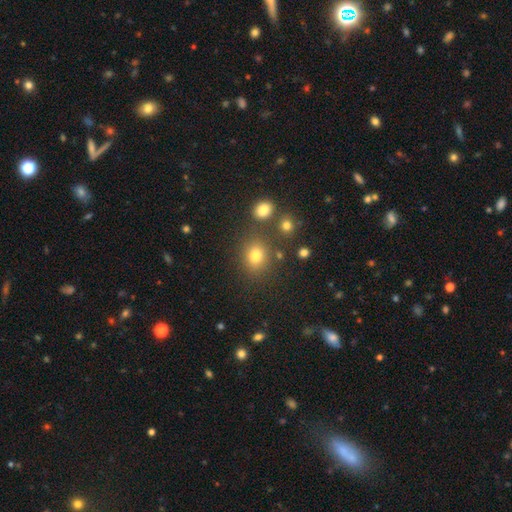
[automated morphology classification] smooth-or-featured: smooth: 76% | star or artifact: 16% | featured or disk: 7%
  how-rounded: round: 68% | in between: 31% | cigar-shaped: 1%
  merging: none: 77% | minor disturbance: 10% | merger: 8% | major disturbance: 4%